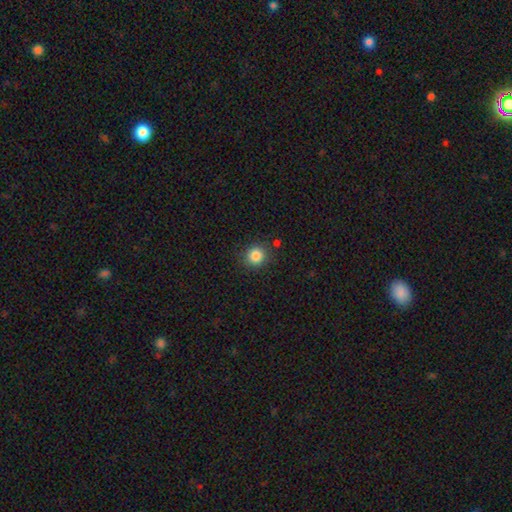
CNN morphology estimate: Overall: smooth (85%). How rounded: round (89%). Merging: none (86%).